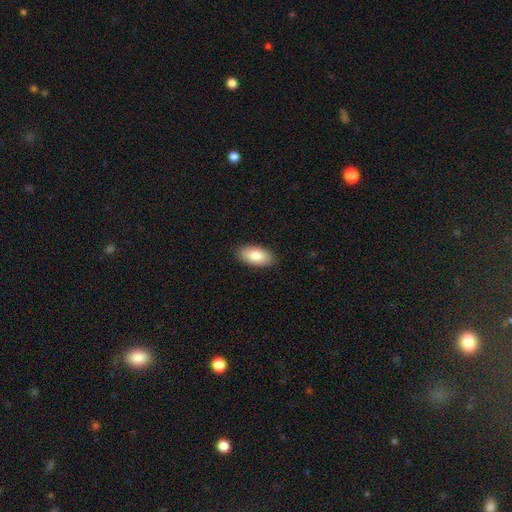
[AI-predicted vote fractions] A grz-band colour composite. It shows a smooth galaxy with no disk features (82%) that is in between round and cigar-shaped (94%). Merging: none (89%).